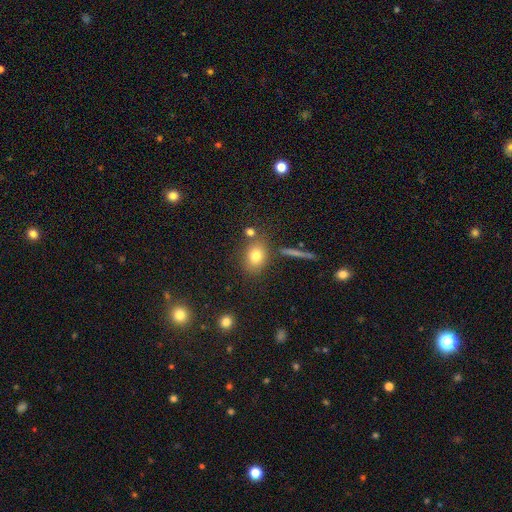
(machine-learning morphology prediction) smooth_or_featured: smooth (p=0.78) [alt: star or artifact p=0.11]
how_rounded: in between (p=0.51) [alt: round p=0.46]
merging: none (p=0.74) [alt: minor disturbance p=0.12]